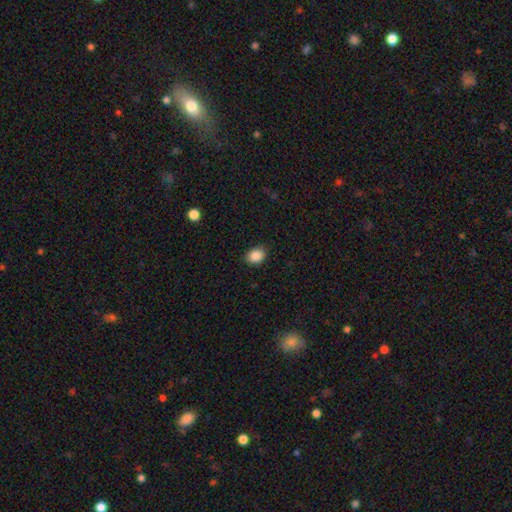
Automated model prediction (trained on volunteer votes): Smooth or featured?
  - smooth: 88% *
  - star or artifact: 9%
  - featured or disk: 4%
How rounded?
  - in between: 52% *
  - round: 47%
  - cigar-shaped: 1%
Merging?
  - none: 87% *
  - minor disturbance: 9%
  - major disturbance: 2%
  - merger: 1%